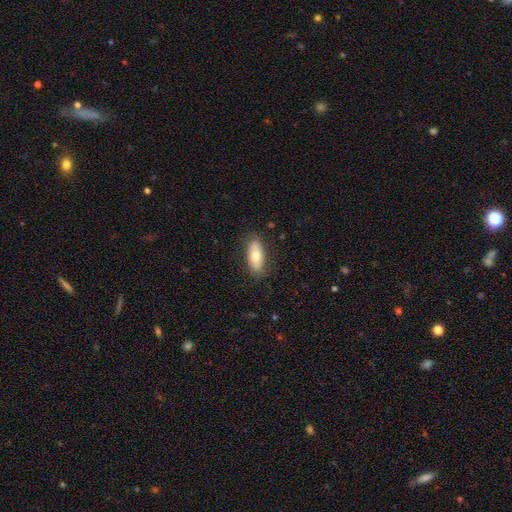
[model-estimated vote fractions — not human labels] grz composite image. It shows a smooth galaxy with no disk features (71%) that is in between round and cigar-shaped (76%). Merging: none (84%).